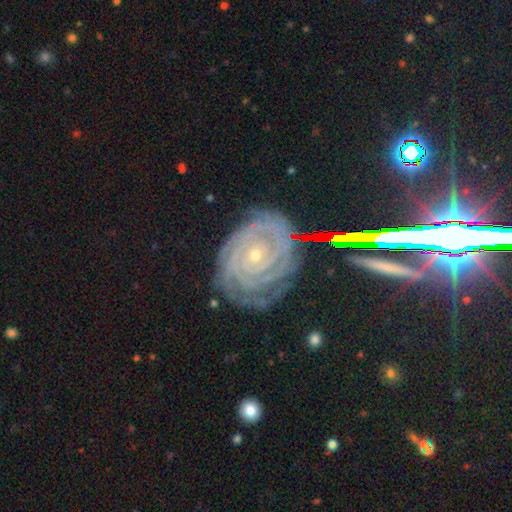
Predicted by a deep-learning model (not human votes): Smooth or featured: featured or disk — 87% (star or artifact — 8%)
Edge-on disk: no — 96% (yes — 4%)
Bar: no — 73% (weak — 18%)
Spiral arms: yes — 98% (no — 2%)
Spiral winding: tight — 87% (medium — 11%)
Spiral arm count: can't tell — 23% (3 — 22%)
Bulge size: small — 78% (moderate — 19%)
Merging: none — 74% (minor disturbance — 18%)